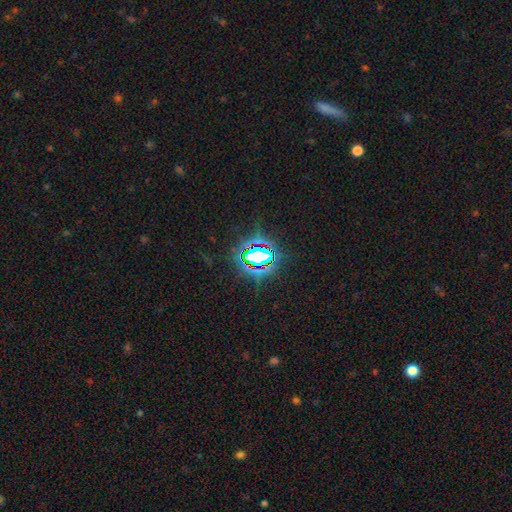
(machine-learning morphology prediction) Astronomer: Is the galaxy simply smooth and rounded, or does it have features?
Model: star or artifact — 76%.